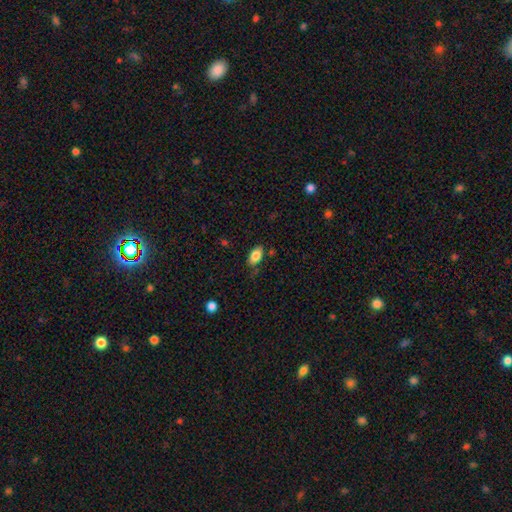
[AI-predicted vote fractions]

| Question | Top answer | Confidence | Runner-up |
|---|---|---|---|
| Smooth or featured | smooth | 84% | featured or disk (8%) |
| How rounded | in between | 91% | round (6%) |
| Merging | none | 78% | minor disturbance (16%) |